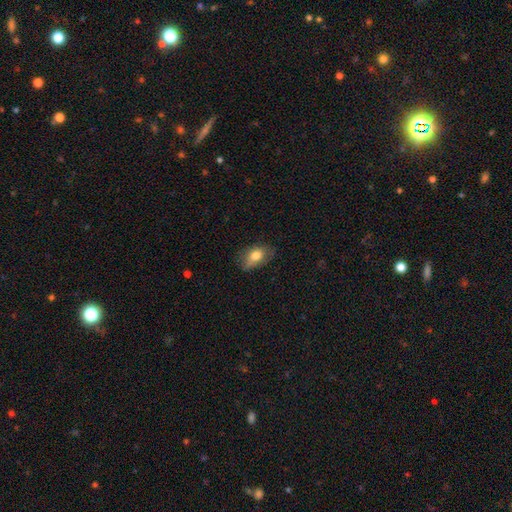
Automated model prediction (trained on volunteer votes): smooth-or-featured: smooth: 75% | featured or disk: 17% | star or artifact: 8%
  how-rounded: in between: 85% | round: 11% | cigar-shaped: 3%
  merging: none: 65% | minor disturbance: 27% | major disturbance: 7% | merger: 1%